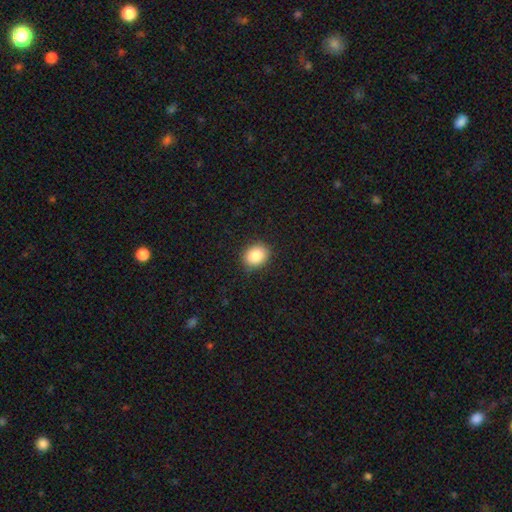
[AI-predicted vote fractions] Smooth or featured? smooth (86%)
How rounded? round (54%)
Merging? none (88%)